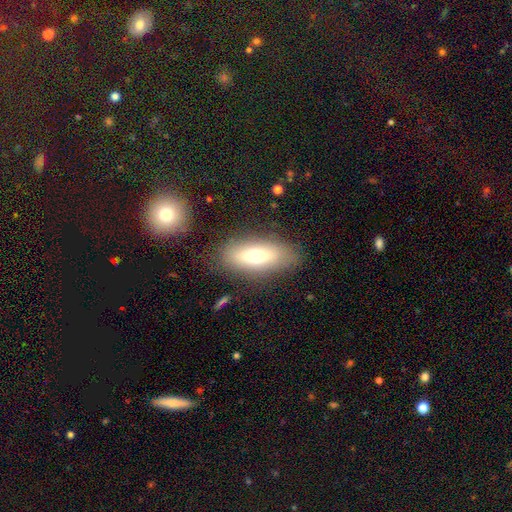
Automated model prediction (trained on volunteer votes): Smooth or featured? Predicted: smooth (p=0.66). How rounded? Predicted: in between (p=0.72). Merging? Predicted: none (p=0.80).